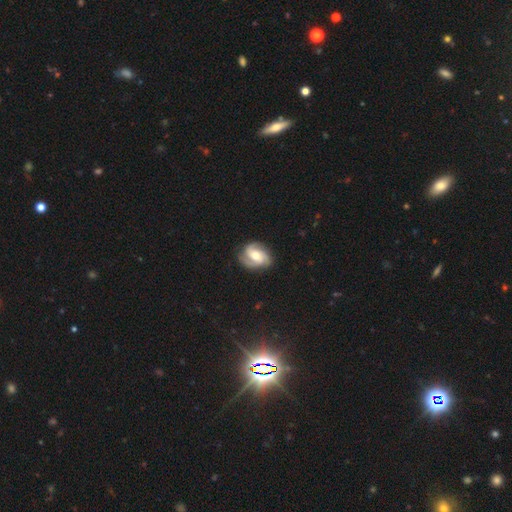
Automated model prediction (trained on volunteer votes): Q: Smooth or featured?
A: featured or disk (80%); runner-up: smooth (15%)
Q: Edge-on disk?
A: no (98%); runner-up: yes (2%)
Q: Bar?
A: no (52%); runner-up: weak (34%)
Q: Spiral arms?
A: yes (96%); runner-up: no (4%)
Q: Spiral winding?
A: medium (45%); runner-up: tight (40%)
Q: Spiral arm count?
A: 3 (53%); runner-up: 2 (29%)
Q: Bulge size?
A: moderate (71%); runner-up: small (20%)
Q: Merging?
A: none (75%); runner-up: minor disturbance (17%)